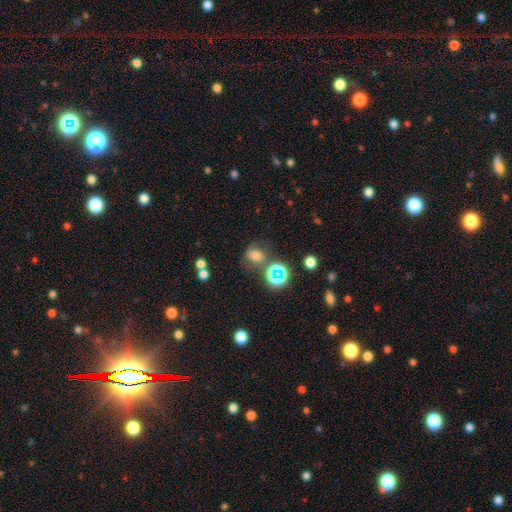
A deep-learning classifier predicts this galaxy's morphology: Overall: smooth (61%; star or artifact 24%). How rounded: round (53%; in between 45%). Merging: none (59%; minor disturbance 20%).